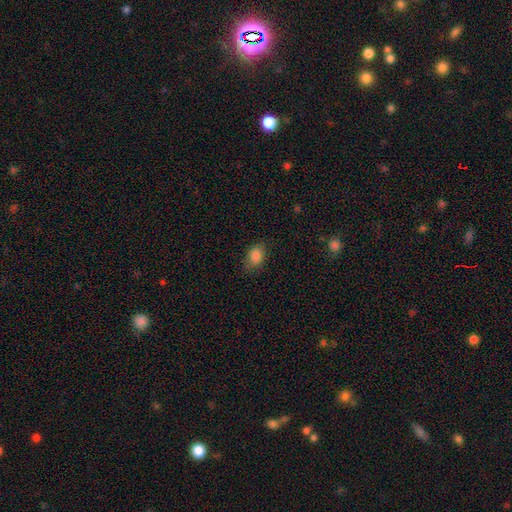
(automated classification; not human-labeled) This is clearly a smooth galaxy (84%). How rounded: likely in between (76%). Merging: likely none (75%).